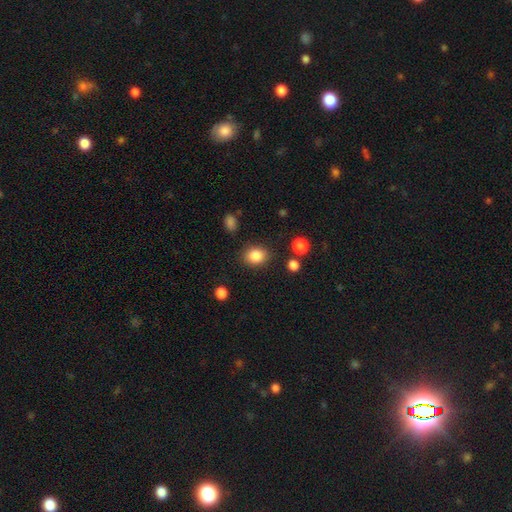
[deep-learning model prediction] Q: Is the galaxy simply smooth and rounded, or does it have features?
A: smooth — 85%.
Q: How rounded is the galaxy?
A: round — 54%.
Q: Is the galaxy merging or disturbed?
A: none — 85%.